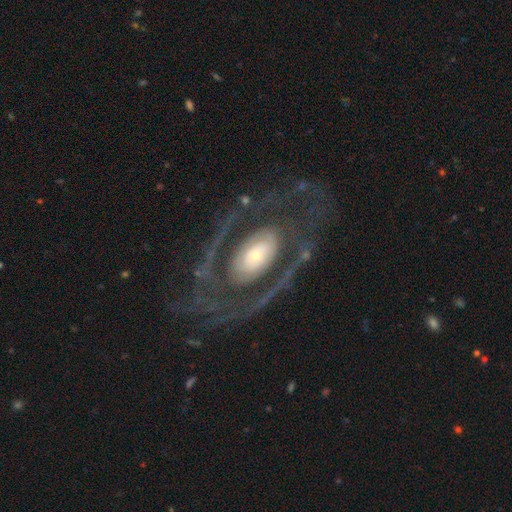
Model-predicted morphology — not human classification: smooth-or-featured: featured or disk: 81% | smooth: 14% | star or artifact: 5%
  disk-edge-on: no: 93% | yes: 7%
    bar: no: 74% | weak: 16% | strong: 10%
    has-spiral-arms: yes: 81% | no: 19%
      spiral-winding: tight: 42% | medium: 32% | loose: 26%
      spiral-arm-count: 2: 55% | can't tell: 19% | 1: 12% | 3: 6% | 4: 4% | more than 4: 4%
    bulge-size: small: 49% | moderate: 36% | large: 10% | dominant: 4% | none: 2%
  merging: none: 58% | major disturbance: 27% | minor disturbance: 12% | merger: 2%